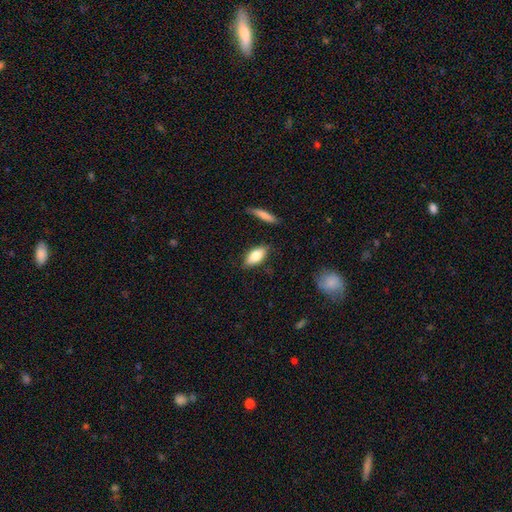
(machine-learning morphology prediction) type=smooth (77%); roundness=in between (84%); merging=none (82%).